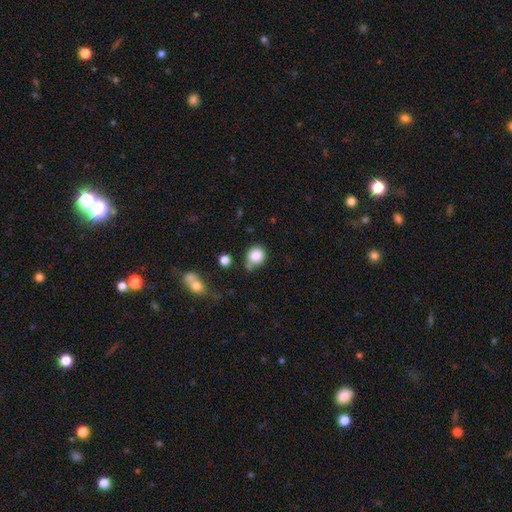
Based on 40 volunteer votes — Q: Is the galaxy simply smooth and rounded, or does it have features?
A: smooth — 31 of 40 (78%).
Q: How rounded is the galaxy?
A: round — 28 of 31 (90%).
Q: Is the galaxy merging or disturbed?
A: none — 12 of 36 (33%, tied with minor disturbance).